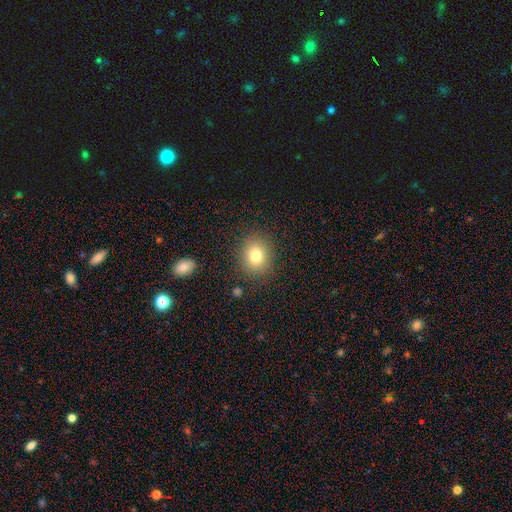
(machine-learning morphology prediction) Smooth or featured? smooth (78%)
How rounded? round (72%)
Merging? none (87%)